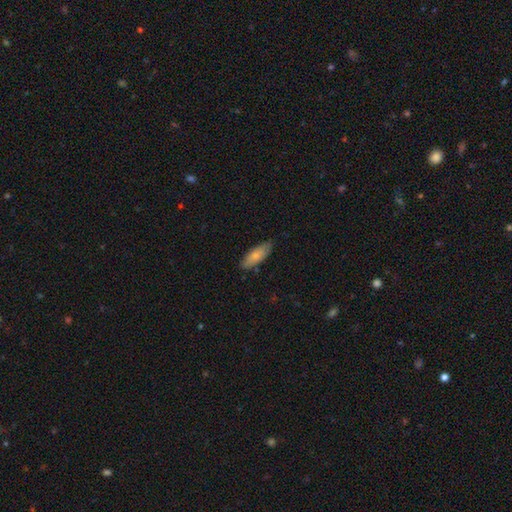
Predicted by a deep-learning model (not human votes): smooth_or_featured: smooth (p=0.78) [alt: featured or disk p=0.16]
how_rounded: in between (p=0.69) [alt: cigar-shaped p=0.29]
merging: none (p=0.81) [alt: minor disturbance p=0.16]